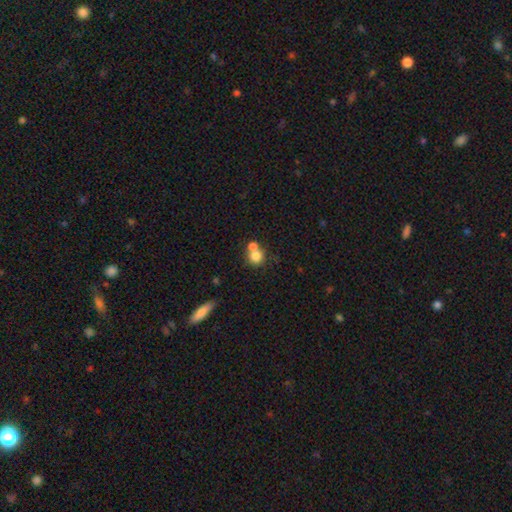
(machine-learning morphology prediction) Smooth or featured? Predicted: smooth (p=0.79). How rounded? Predicted: round (p=0.83). Merging? Predicted: merger (p=0.45).